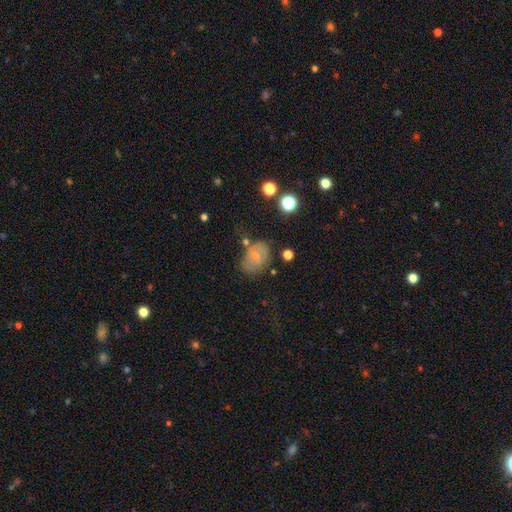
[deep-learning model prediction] Smooth or featured?
  - smooth: 48% *
  - featured or disk: 41%
  - star or artifact: 11%
Merging?
  - none: 60% *
  - minor disturbance: 24%
  - major disturbance: 10%
  - merger: 6%